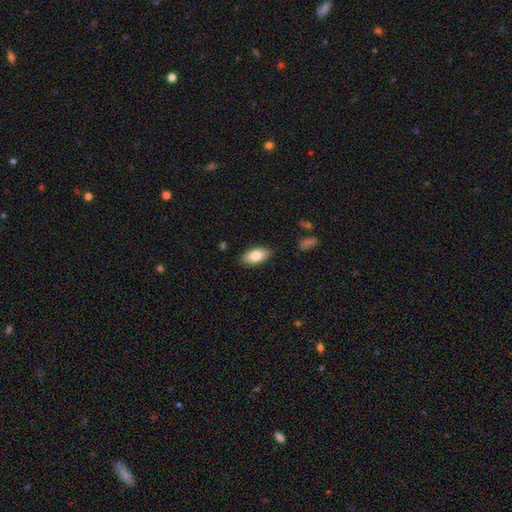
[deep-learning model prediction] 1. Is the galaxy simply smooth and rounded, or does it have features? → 81% smooth, 12% featured or disk, 7% star or artifact.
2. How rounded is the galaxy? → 92% in between, 5% cigar-shaped, 3% round.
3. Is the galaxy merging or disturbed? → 87% none, 10% minor disturbance, 2% major disturbance, 1% merger.